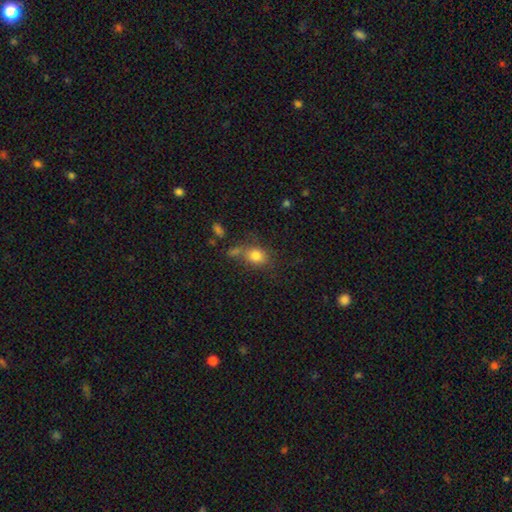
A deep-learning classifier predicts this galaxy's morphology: This appears to be a smooth galaxy with no disk features (80%) that is in between round and cigar-shaped (59%). Merging: none (53%).